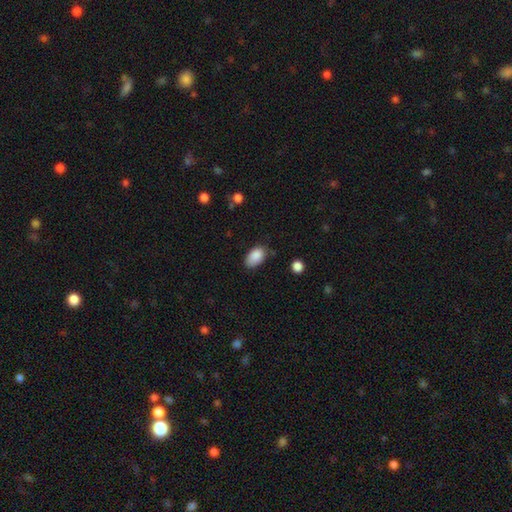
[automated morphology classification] Overall: smooth (87%). How rounded: in between (91%). Merging: none (65%; minor disturbance 27%).